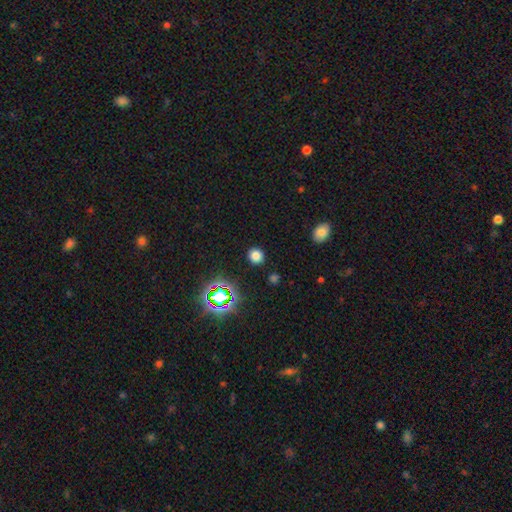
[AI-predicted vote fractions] A smooth galaxy with no disk features (75%) that is round (84%).

Vote fractions:
- Smooth or featured? smooth: 75% / star or artifact: 20% / featured or disk: 5%
- How rounded? round: 84% / in between: 15% / cigar-shaped: 1%
- Merging? none: 89% / minor disturbance: 7% / major disturbance: 2% / merger: 2%